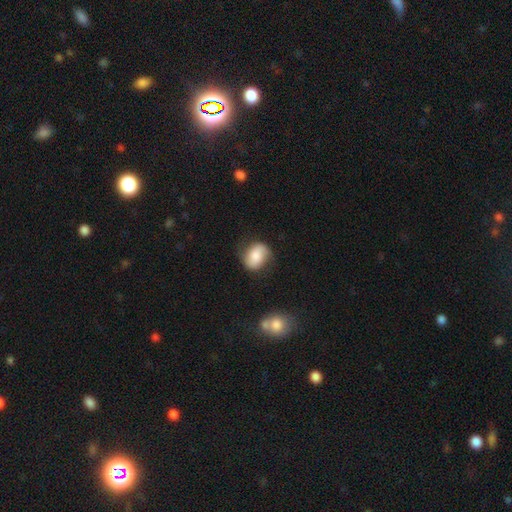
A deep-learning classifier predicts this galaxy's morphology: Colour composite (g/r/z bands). It shows a smooth galaxy with no disk features (63%) that is in between round and cigar-shaped (53%). Merging: none (69%).